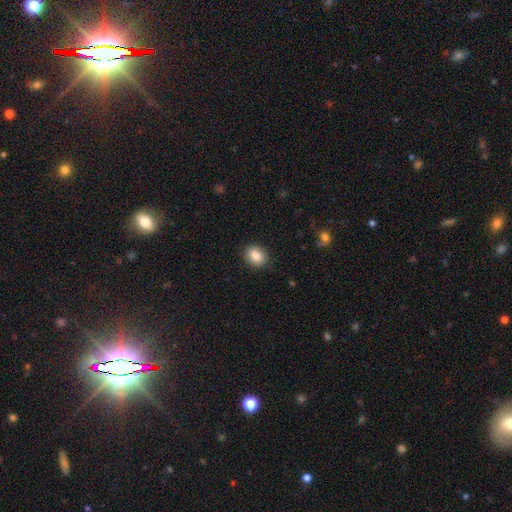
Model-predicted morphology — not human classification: type=smooth (86%); roundness=round (56%); merging=none (90%).